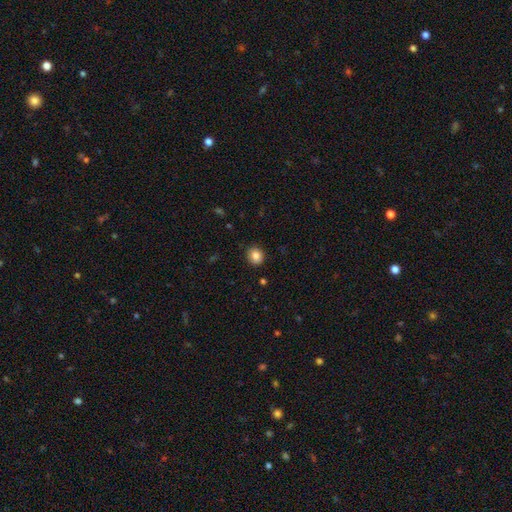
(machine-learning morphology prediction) A smooth galaxy with no disk features (84%) that is round (78%).

Vote fractions:
- Smooth or featured? smooth: 84% / star or artifact: 10% / featured or disk: 6%
- How rounded? round: 78% / in between: 21% / cigar-shaped: 1%
- Merging? none: 90% / minor disturbance: 7% / major disturbance: 2% / merger: 1%